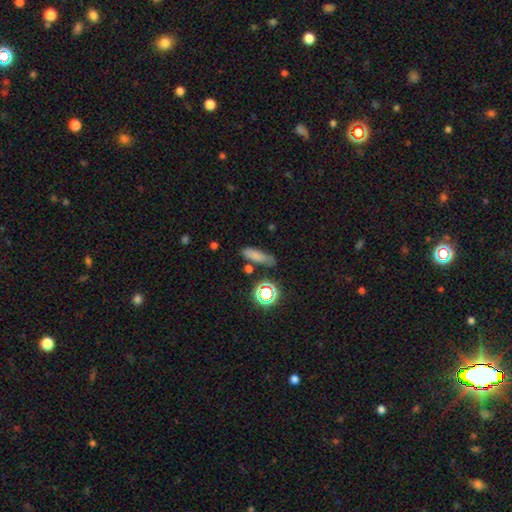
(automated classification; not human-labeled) smooth-or-featured: smooth: 73% | star or artifact: 16% | featured or disk: 11%
  how-rounded: cigar-shaped: 49% | in between: 43% | round: 7%
  merging: none: 68% | minor disturbance: 18% | merger: 7% | major disturbance: 6%